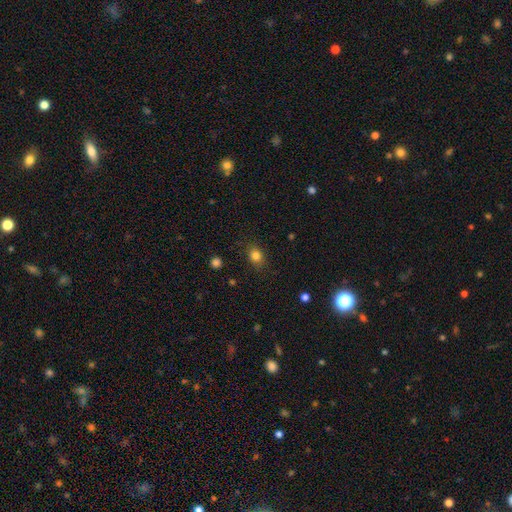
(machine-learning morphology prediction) Q: Smooth or featured?
A: smooth (82%); runner-up: star or artifact (12%)
Q: How rounded?
A: in between (51%); runner-up: round (48%)
Q: Merging?
A: none (85%); runner-up: minor disturbance (11%)